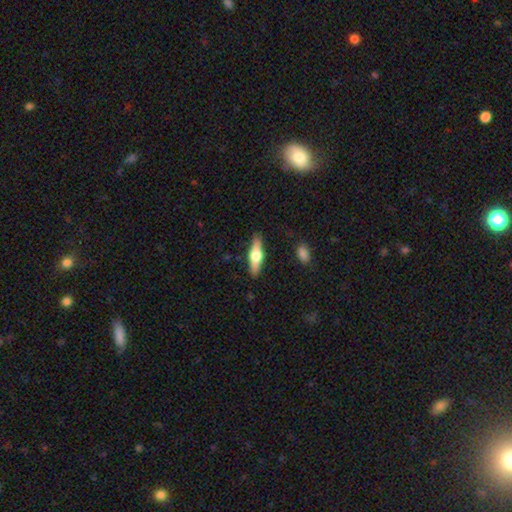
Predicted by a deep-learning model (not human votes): Smooth or featured: featured or disk — 51% (smooth — 43%)
Edge-on disk: yes — 93% (no — 7%)
Merging: none — 87% (minor disturbance — 9%)